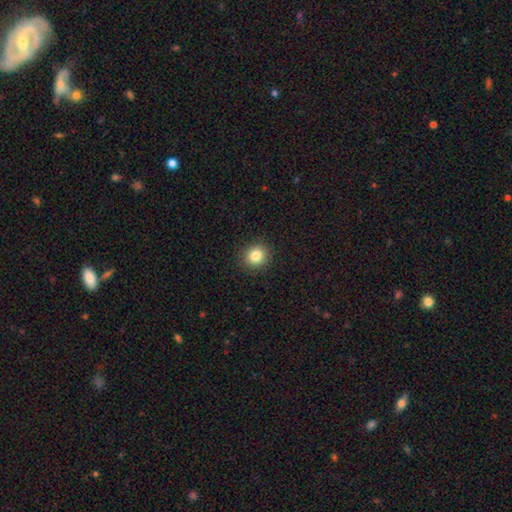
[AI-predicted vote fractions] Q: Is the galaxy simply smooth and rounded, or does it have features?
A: smooth — 84%.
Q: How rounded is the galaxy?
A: round — 86%.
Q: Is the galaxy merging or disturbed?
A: none — 91%.